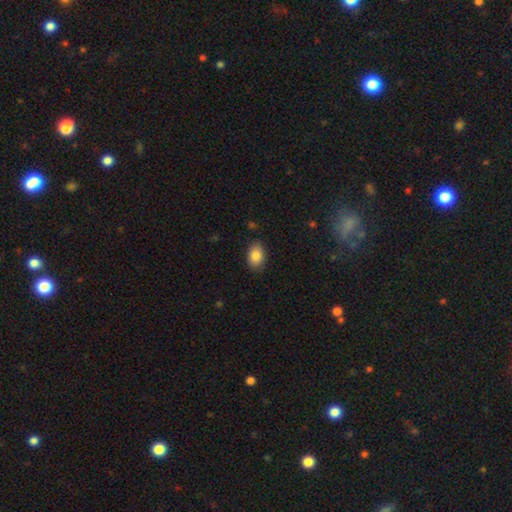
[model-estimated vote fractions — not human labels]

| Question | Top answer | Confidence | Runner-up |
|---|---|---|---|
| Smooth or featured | smooth | 86% | star or artifact (8%) |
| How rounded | in between | 86% | round (13%) |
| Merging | none | 86% | minor disturbance (10%) |